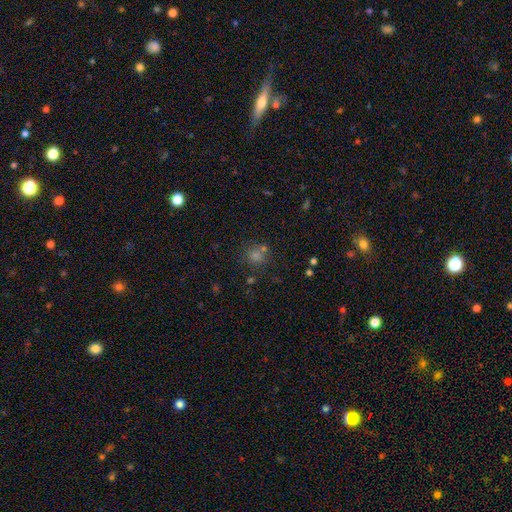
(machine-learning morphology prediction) This is likely a smooth galaxy (61%). How rounded: clearly round (86%). Merging: likely none (70%).